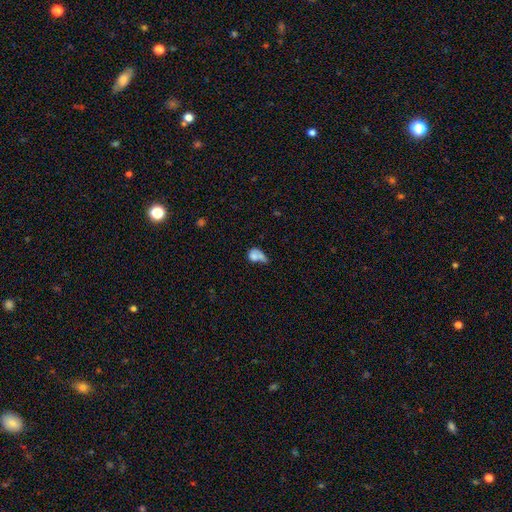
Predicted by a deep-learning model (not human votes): A smooth galaxy with no disk features (69%) that is in between round and cigar-shaped (60%).

Vote fractions:
- Smooth or featured? smooth: 69% / featured or disk: 21% / star or artifact: 11%
- How rounded? in between: 60% / round: 36% / cigar-shaped: 4%
- Merging? merger: 48% / none: 20% / major disturbance: 18% / minor disturbance: 14%